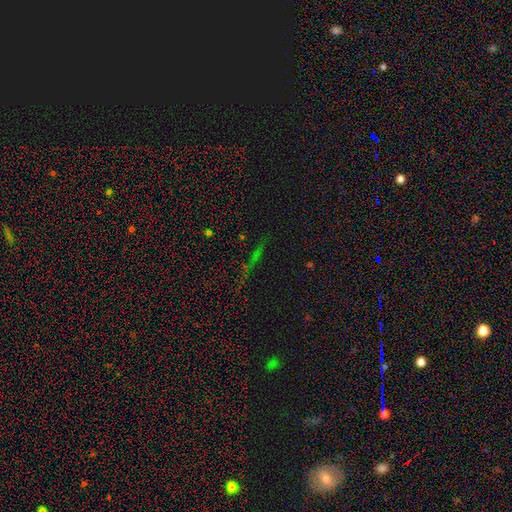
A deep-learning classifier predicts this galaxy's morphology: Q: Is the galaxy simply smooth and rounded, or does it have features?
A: star or artifact — 64%.